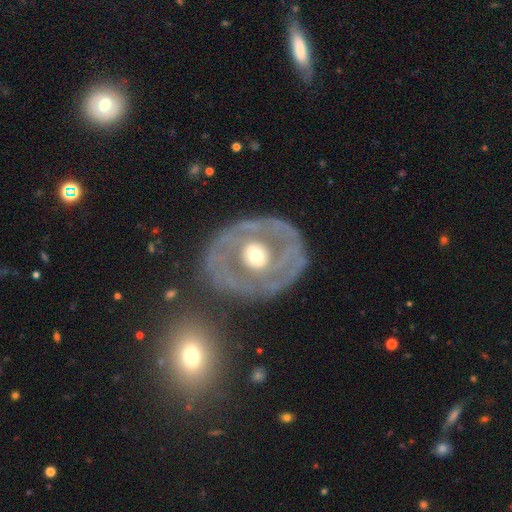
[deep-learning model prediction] This appears to be a featured or disk galaxy (80%) with no bar (71%), spiral arms (64%) and a moderate central bulge (65%). Merging: none (61%).